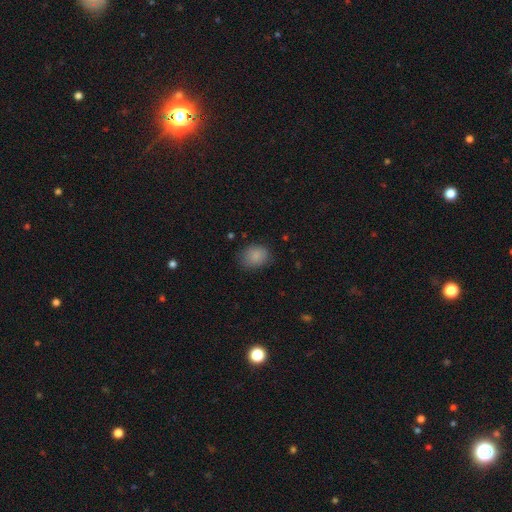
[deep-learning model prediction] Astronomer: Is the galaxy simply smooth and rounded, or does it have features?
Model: smooth — 86%.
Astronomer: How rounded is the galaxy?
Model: in between — 54% (runner-up: round, 45%).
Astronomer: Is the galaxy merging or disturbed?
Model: none — 77%.